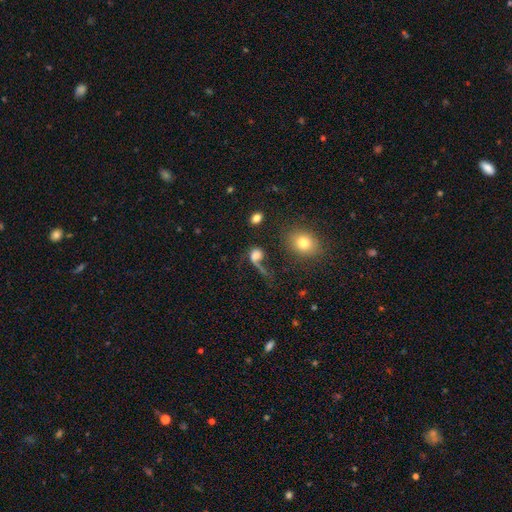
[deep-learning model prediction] smooth-or-featured: smooth: 63% | featured or disk: 23% | star or artifact: 14%
  how-rounded: round: 54% | in between: 42% | cigar-shaped: 4%
  merging: major disturbance: 37% | none: 31% | merger: 17% | minor disturbance: 14%